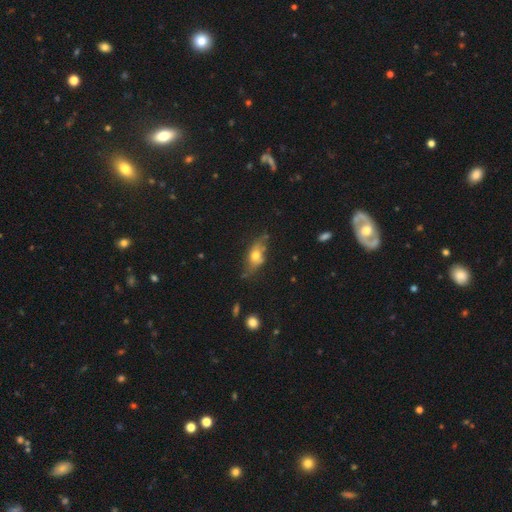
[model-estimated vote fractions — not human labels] Smooth or featured? Predicted: smooth (p=0.56). How rounded? Predicted: in between (p=0.77). Merging? Predicted: none (p=0.61).